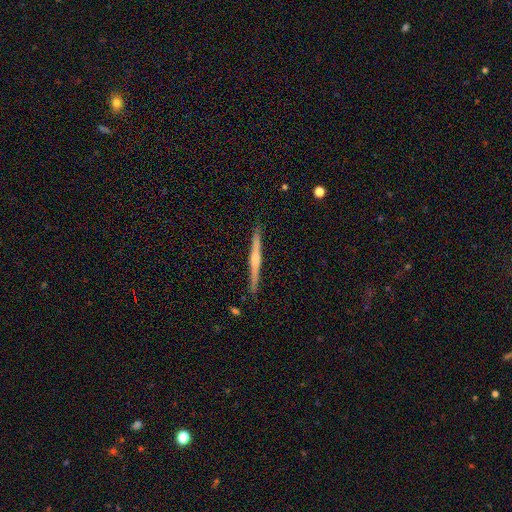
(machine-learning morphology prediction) Smooth or featured: featured or disk — 73% (smooth — 22%)
Edge-on disk: yes — 98% (no — 2%)
Edge-on bulge: rounded — 71% (none — 19%)
Merging: none — 91% (minor disturbance — 6%)